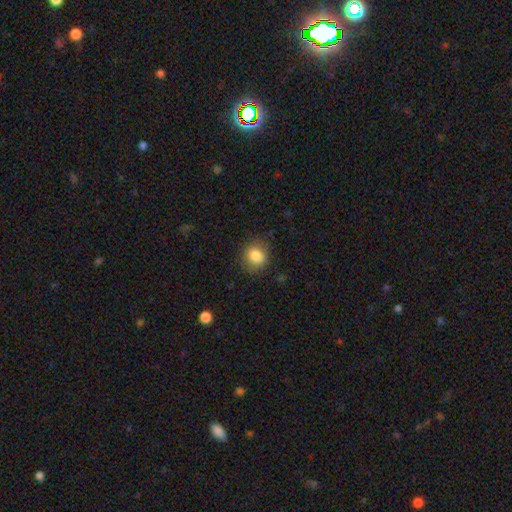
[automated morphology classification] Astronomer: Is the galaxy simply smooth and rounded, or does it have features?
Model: smooth — 84%.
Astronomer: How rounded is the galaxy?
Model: round — 73%.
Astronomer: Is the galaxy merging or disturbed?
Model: none — 82%.